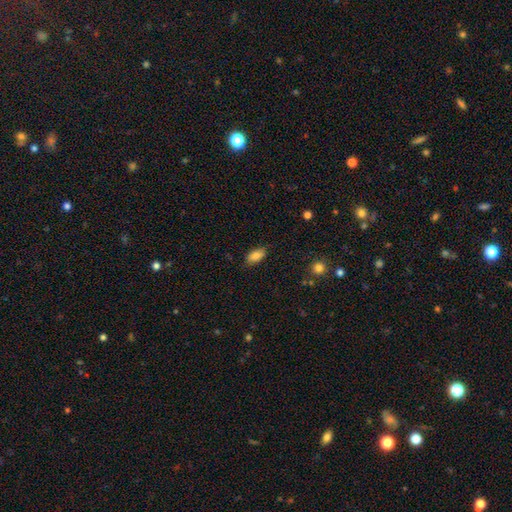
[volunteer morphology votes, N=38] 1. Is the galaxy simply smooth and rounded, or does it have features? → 97% smooth, 3% featured or disk, 0% star or artifact.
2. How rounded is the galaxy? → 86% in between, 8% round, 5% cigar-shaped.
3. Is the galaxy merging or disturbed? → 76% none, 13% minor disturbance, 11% major disturbance, 0% merger.